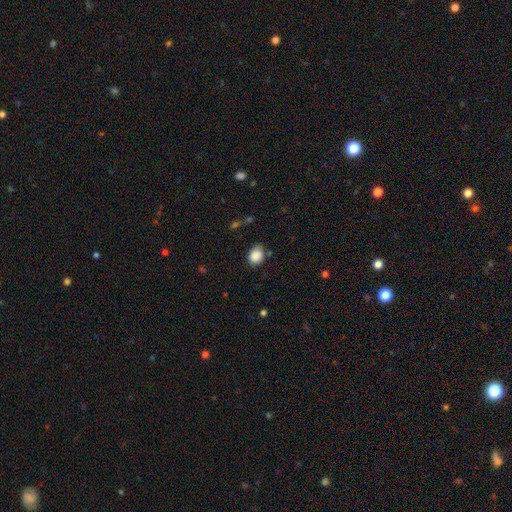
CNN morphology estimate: The model was most divided on "how rounded": in between: 58%, round: 41%, cigar-shaped: 1%. More confident: smooth or featured — smooth (88%); merging — none (73%).